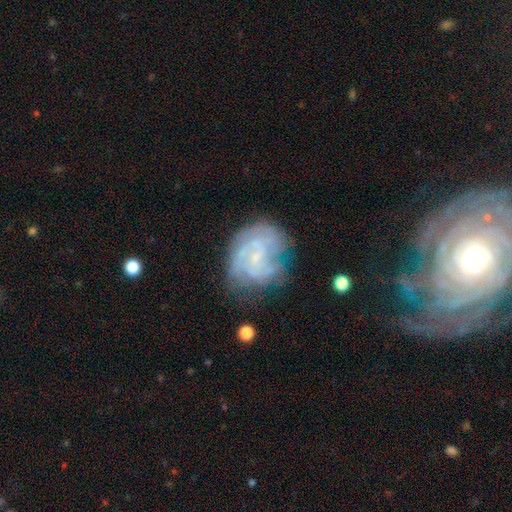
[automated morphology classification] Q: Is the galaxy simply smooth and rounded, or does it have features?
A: featured or disk — 73%.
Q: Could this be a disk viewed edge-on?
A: no — 98%.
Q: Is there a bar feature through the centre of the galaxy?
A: no — 57%.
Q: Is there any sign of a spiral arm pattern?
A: yes — 85%.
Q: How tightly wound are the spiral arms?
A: tight — 59%.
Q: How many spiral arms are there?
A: can't tell — 45%.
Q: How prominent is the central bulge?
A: small — 67%.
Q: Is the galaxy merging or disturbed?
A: none — 61%.